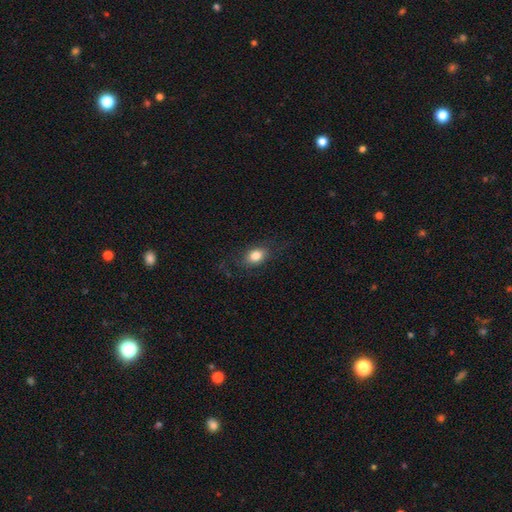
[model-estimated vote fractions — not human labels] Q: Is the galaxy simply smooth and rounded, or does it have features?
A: smooth — 80%.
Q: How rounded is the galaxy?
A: in between — 78%.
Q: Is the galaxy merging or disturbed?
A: none — 77%.